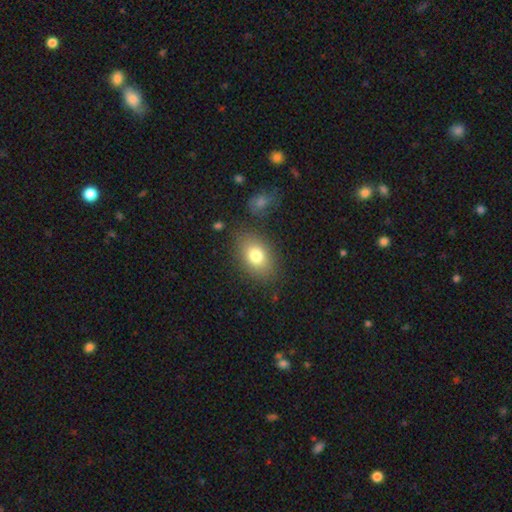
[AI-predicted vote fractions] Smooth or featured? Predicted: smooth (p=0.78). How rounded? Predicted: in between (p=0.78). Merging? Predicted: none (p=0.80).